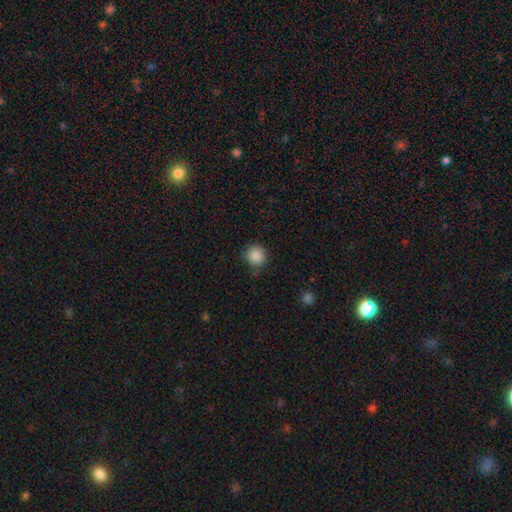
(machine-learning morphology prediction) Smooth or featured? Predicted: smooth (p=0.87). How rounded? Predicted: round (p=0.90). Merging? Predicted: none (p=0.75).